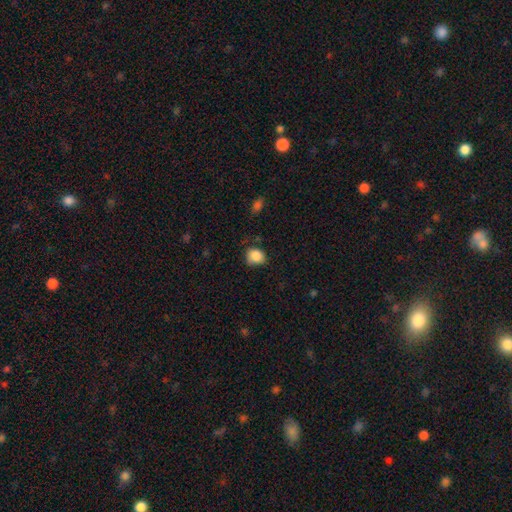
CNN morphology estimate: type=smooth (86%); roundness=round (65%); merging=none (67%).